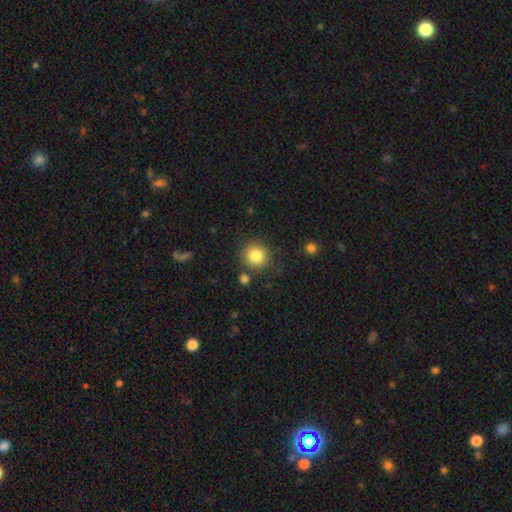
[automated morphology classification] The model was most divided on "merging": none: 80%, minor disturbance: 10%, merger: 6%, major disturbance: 4%. More confident: how rounded — round (91%); smooth or featured — smooth (84%).